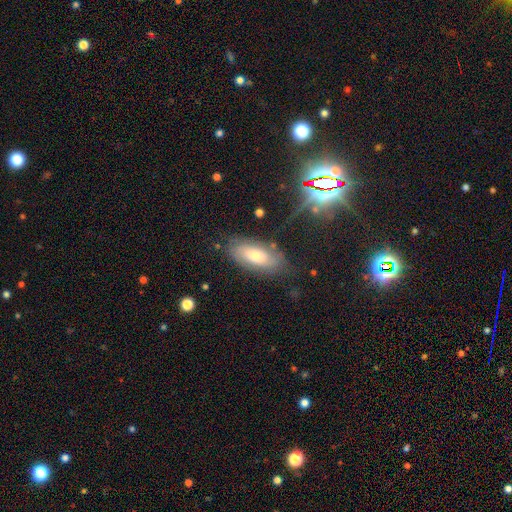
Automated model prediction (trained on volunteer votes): smooth_or_featured: smooth (p=0.54) [alt: featured or disk p=0.33]
how_rounded: in between (p=0.85) [alt: cigar-shaped p=0.12]
merging: none (p=0.75) [alt: minor disturbance p=0.17]